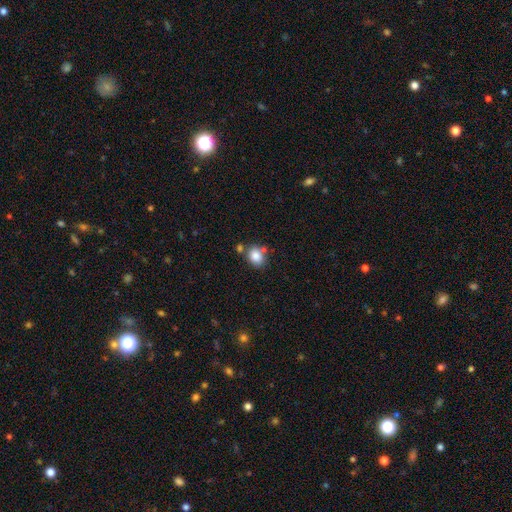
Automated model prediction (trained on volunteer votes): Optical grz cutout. It shows a smooth galaxy with no disk features (84%) that is in between round and cigar-shaped (51%). Merging: none (64%).